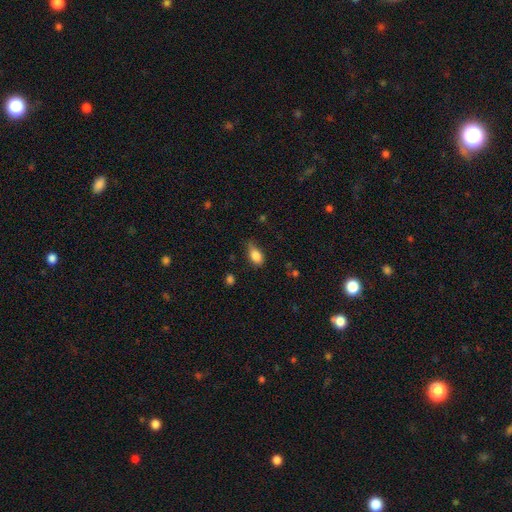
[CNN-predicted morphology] The model was most divided on "merging": none: 57%, minor disturbance: 33%, major disturbance: 8%, merger: 2%. More confident: how rounded — in between (86%); smooth or featured — smooth (83%).